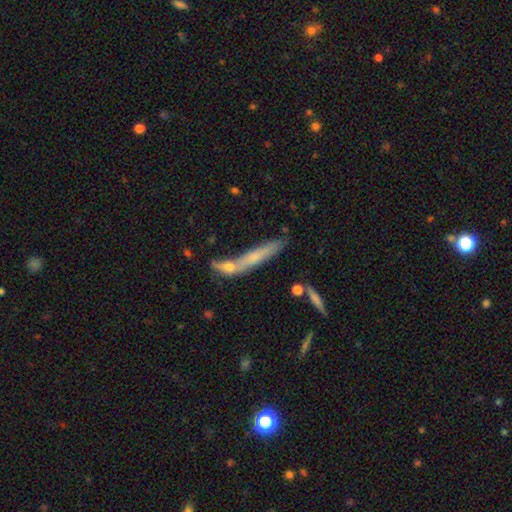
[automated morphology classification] Overall: smooth (59%; featured or disk 34%). How rounded: cigar-shaped (89%). Merging: none (53%; merger 28%).